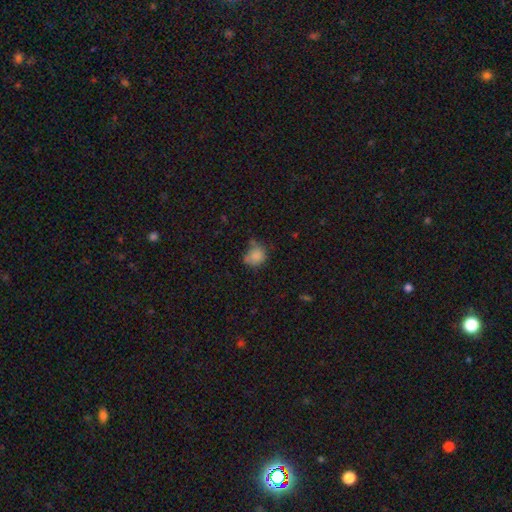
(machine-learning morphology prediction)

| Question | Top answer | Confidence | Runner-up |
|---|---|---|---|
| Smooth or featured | smooth | 81% | star or artifact (11%) |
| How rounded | round | 66% | in between (33%) |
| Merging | none | 49% | minor disturbance (32%) |